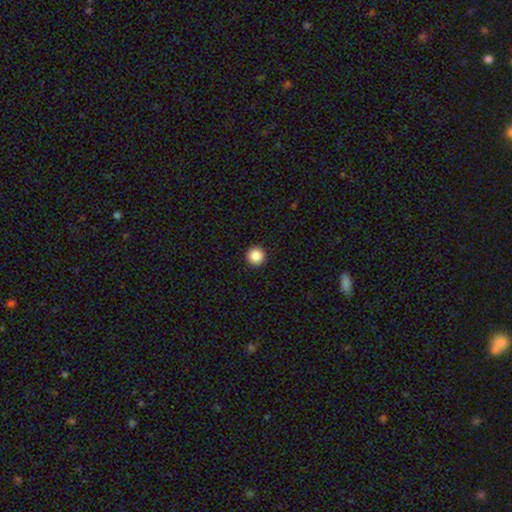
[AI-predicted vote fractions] Smooth or featured? smooth (88%)
How rounded? round (96%)
Merging? none (94%)